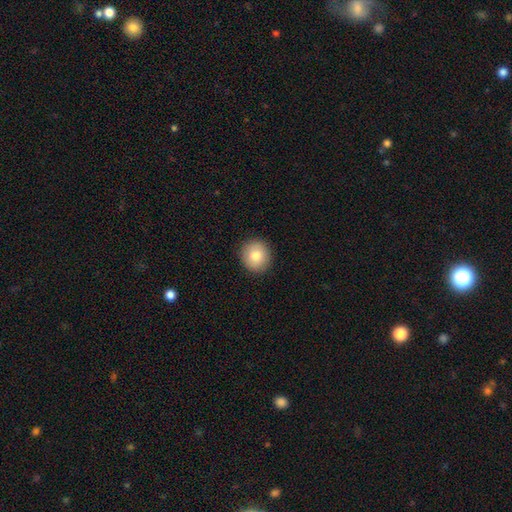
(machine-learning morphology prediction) Q: Smooth or featured?
A: smooth (81%); runner-up: featured or disk (11%)
Q: How rounded?
A: round (88%); runner-up: in between (11%)
Q: Merging?
A: none (91%); runner-up: minor disturbance (6%)